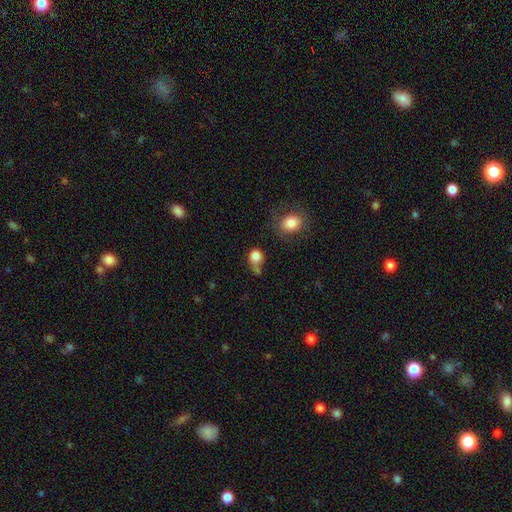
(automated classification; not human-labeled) This appears to be a smooth galaxy with no disk features (81%) that is round (72%). Merging: none (42%).